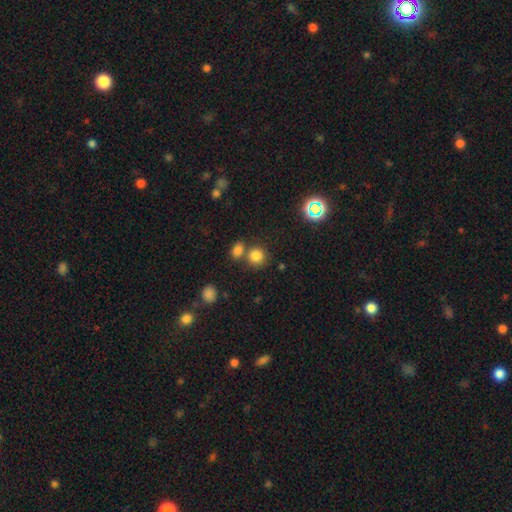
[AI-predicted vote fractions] Smooth or featured? Predicted: smooth (p=0.80). How rounded? Predicted: round (p=0.85). Merging? Predicted: none (p=0.61).